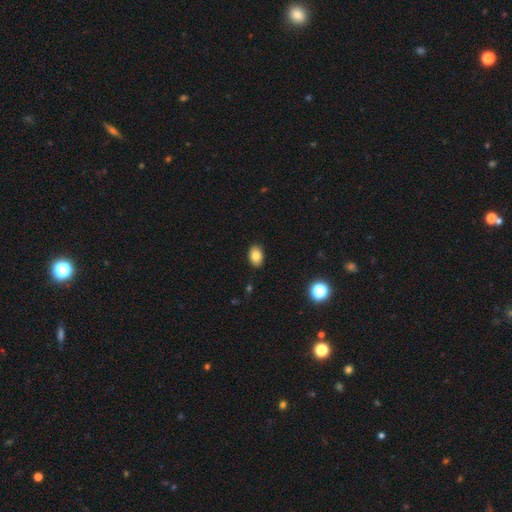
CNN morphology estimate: A smooth galaxy with no disk features (83%) that is in between round and cigar-shaped (84%). Merging: none (89%).